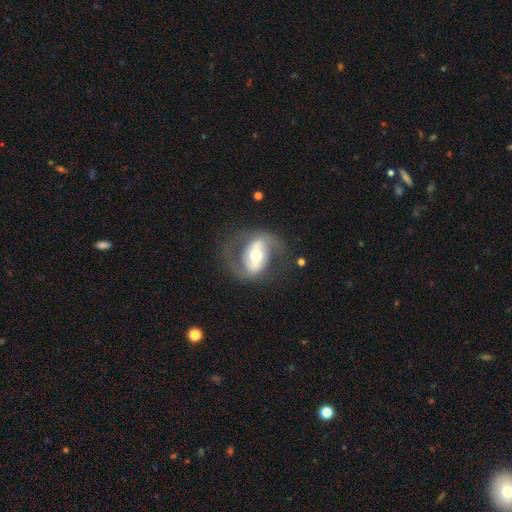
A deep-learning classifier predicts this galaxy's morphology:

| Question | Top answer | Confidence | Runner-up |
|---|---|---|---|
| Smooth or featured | featured or disk | 80% | smooth (15%) |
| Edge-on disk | no | 96% | yes (4%) |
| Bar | strong | 43% | weak (29%) |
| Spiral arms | yes | 83% | no (17%) |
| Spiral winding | medium | 49% | loose (32%) |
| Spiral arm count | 2 | 89% | can't tell (6%) |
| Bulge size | moderate | 63% | small (26%) |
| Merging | none | 70% | minor disturbance (15%) |